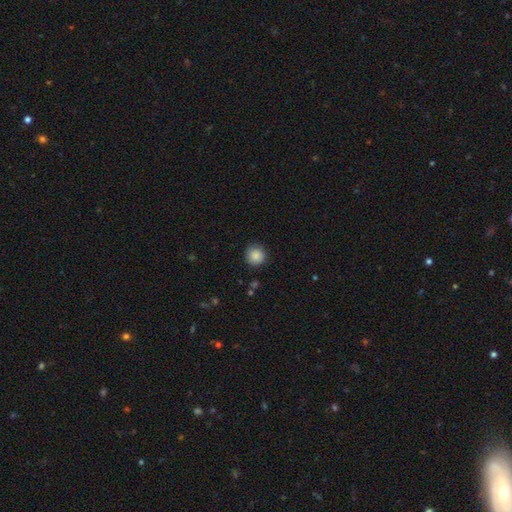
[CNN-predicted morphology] A smooth galaxy with no disk features (86%) that is round (93%).

Vote fractions:
- Smooth or featured? smooth: 86% / star or artifact: 8% / featured or disk: 6%
- How rounded? round: 93% / in between: 6% / cigar-shaped: 1%
- Merging? none: 85% / minor disturbance: 11% / major disturbance: 2% / merger: 1%